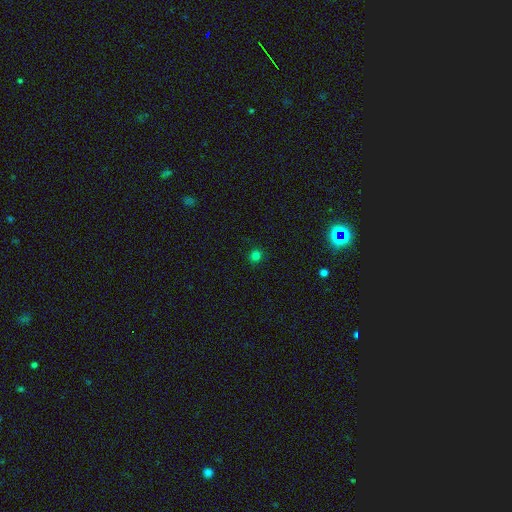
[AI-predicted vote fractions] A smooth galaxy with no disk features (78%) that is round (90%). Merging: none (90%).